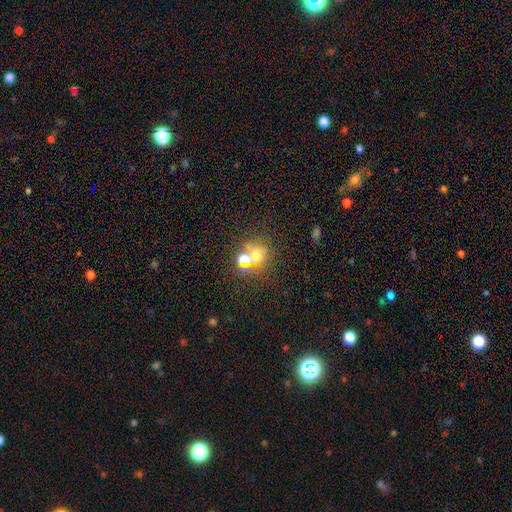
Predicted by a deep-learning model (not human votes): smooth_or_featured: smooth (p=0.49) [alt: star or artifact p=0.35]
merging: none (p=0.54) [alt: merger p=0.31]